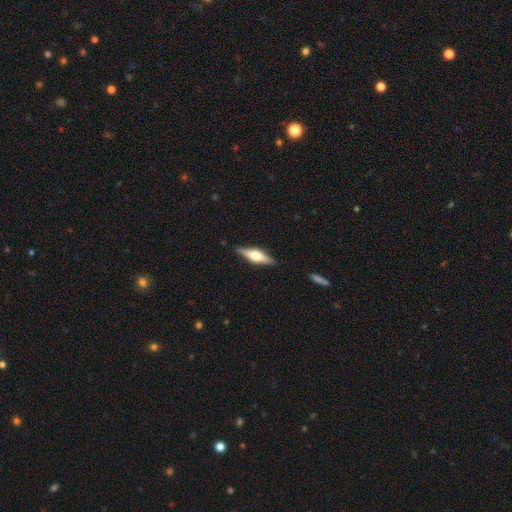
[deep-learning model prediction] This appears to be a featured or disk galaxy (56%) viewed edge-on (95%) with a rounded central bulge (89%). Merging: none (88%).